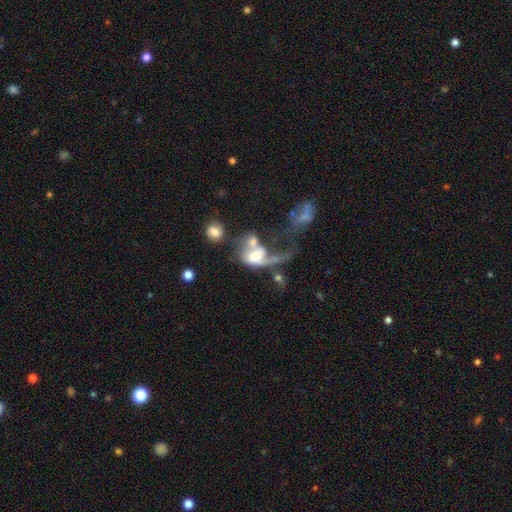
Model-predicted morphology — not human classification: smooth_or_featured: featured or disk (p=0.52) [alt: smooth p=0.38]
disk_edge_on: no (p=0.95) [alt: yes p=0.05]
merging: merger (p=0.51) [alt: major disturbance p=0.34]